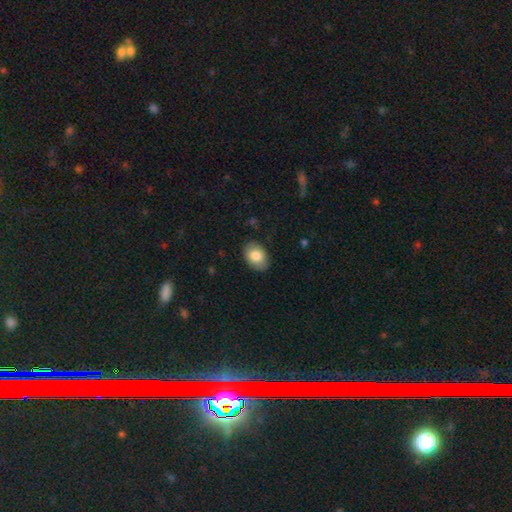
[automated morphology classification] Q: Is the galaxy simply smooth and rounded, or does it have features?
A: smooth — 82%.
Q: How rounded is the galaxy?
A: in between — 82%.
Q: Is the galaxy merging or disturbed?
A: none — 86%.